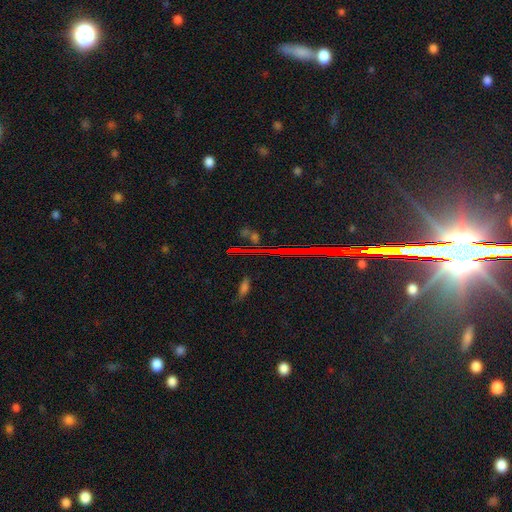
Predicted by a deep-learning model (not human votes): Smooth or featured? Predicted: star or artifact (p=0.78).